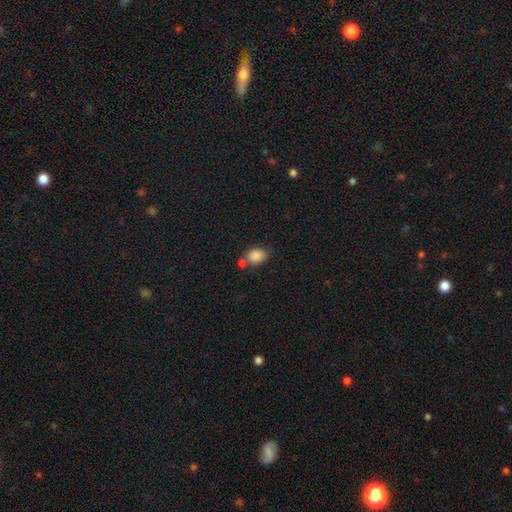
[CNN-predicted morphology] smooth_or_featured: smooth (p=0.86) [alt: star or artifact p=0.09]
how_rounded: in between (p=0.68) [alt: round p=0.31]
merging: none (p=0.55) [alt: merger p=0.26]